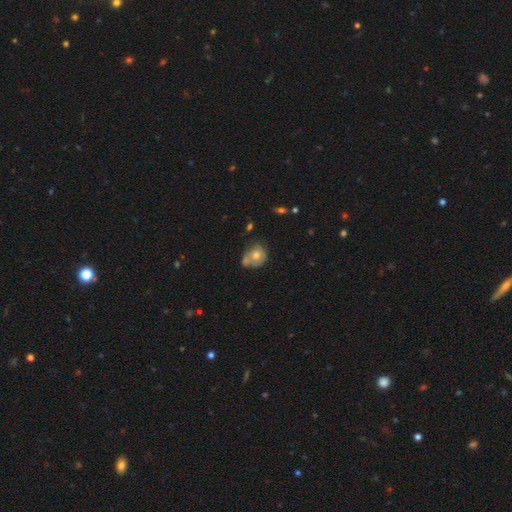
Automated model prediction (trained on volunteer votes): A smooth galaxy with no disk features (60%) that is round (61%). Merging: none (37%).